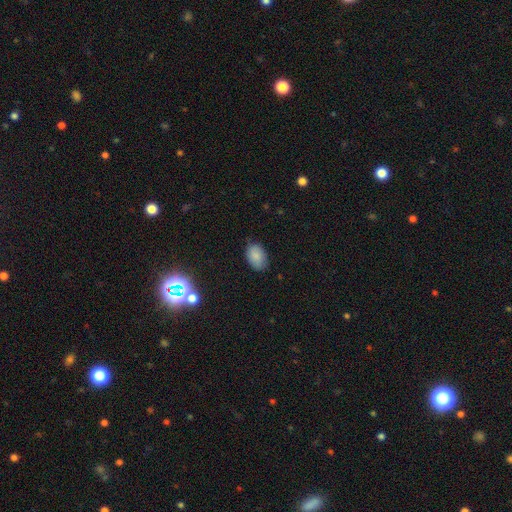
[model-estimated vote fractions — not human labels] A smooth galaxy with no disk features (83%) that is in between round and cigar-shaped (87%).

Vote fractions:
- Smooth or featured? smooth: 83% / star or artifact: 9% / featured or disk: 7%
- How rounded? in between: 87% / round: 12% / cigar-shaped: 1%
- Merging? none: 77% / minor disturbance: 18% / major disturbance: 3% / merger: 1%